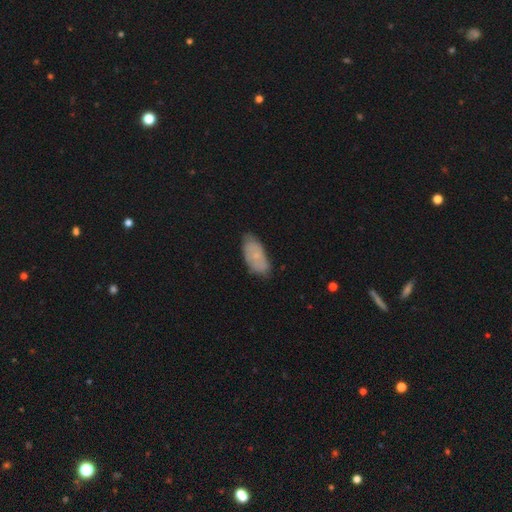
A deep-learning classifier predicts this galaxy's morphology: A smooth galaxy with no disk features (63%) that is in between round and cigar-shaped (92%). Merging: none (70%).